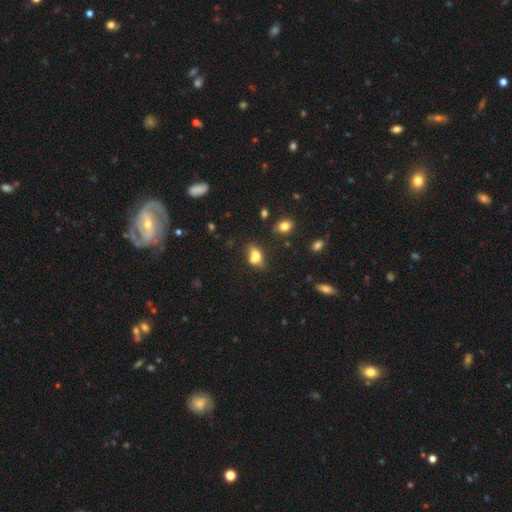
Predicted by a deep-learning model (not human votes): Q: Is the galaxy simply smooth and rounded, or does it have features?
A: smooth — 73%.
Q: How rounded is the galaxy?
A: in between — 73%.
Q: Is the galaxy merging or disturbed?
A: none — 41%.